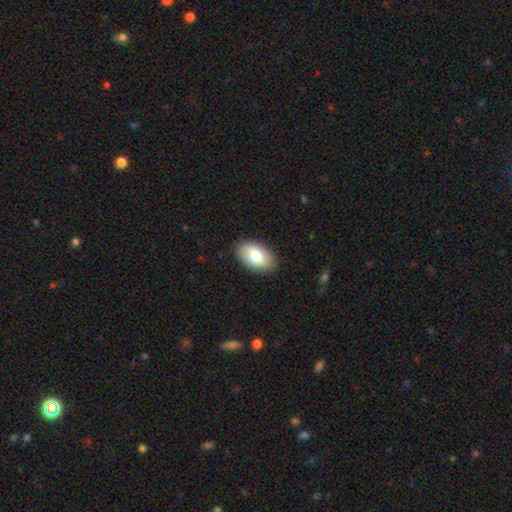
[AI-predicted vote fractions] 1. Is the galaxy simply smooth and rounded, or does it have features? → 76% smooth, 18% featured or disk, 6% star or artifact.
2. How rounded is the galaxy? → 93% in between, 5% round, 1% cigar-shaped.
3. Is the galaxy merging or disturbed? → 88% none, 9% minor disturbance, 2% major disturbance, 1% merger.